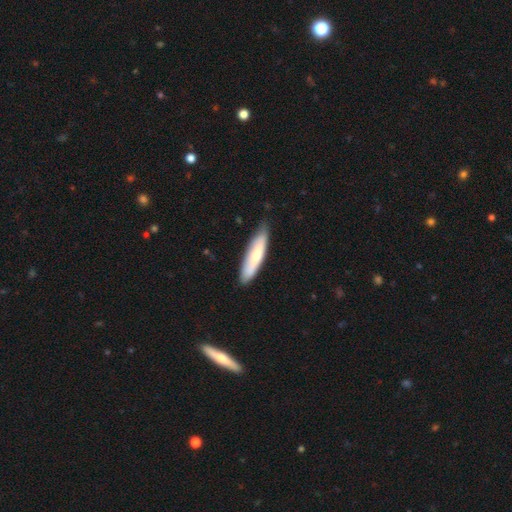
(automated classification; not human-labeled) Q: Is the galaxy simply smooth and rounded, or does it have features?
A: smooth — 67%.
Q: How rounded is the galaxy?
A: cigar-shaped — 73%.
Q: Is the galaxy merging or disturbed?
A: none — 77%.